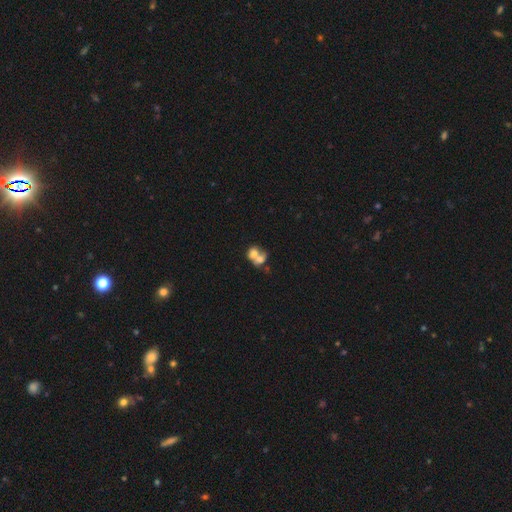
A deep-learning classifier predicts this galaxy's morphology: Smooth or featured? Predicted: smooth (p=0.63). How rounded? Predicted: round (p=0.51). Merging? Predicted: merger (p=0.72).